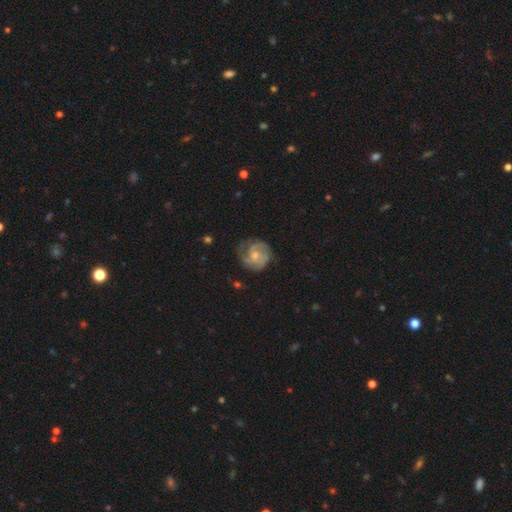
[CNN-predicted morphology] The model was most divided on "spiral winding": tight: 45%, medium: 42%, loose: 14%. Remaining: edge-on disk — no (98%); spiral arms — yes (92%); smooth or featured — featured or disk (77%); bar — no (66%); merging — none (65%); bulge size — small (50%); spiral arm count — 2 (34%).